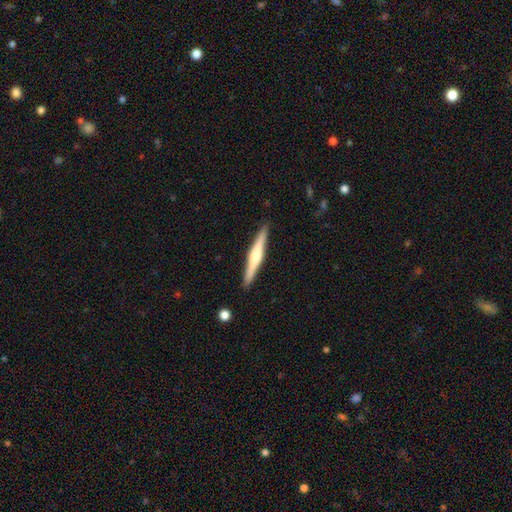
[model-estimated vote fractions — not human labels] Q: Smooth or featured?
A: featured or disk (60%); runner-up: smooth (35%)
Q: Edge-on disk?
A: yes (98%); runner-up: no (2%)
Q: Edge-on bulge?
A: rounded (73%); runner-up: boxy (15%)
Q: Merging?
A: none (91%); runner-up: minor disturbance (7%)